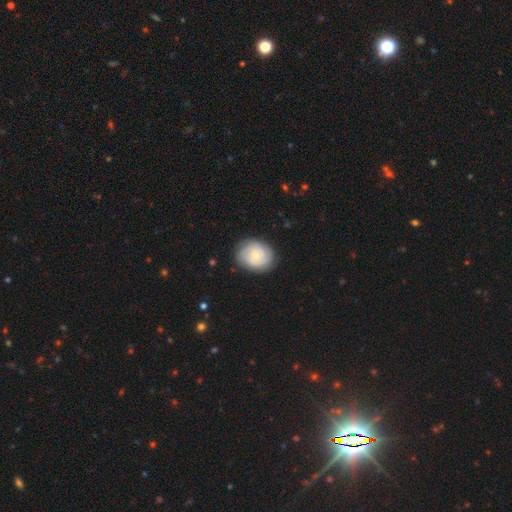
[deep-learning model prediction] Smooth or featured: featured or disk — 62% (smooth — 32%)
Edge-on disk: no — 97% (yes — 3%)
Bar: no — 70% (weak — 25%)
Spiral arms: yes — 82% (no — 18%)
Bulge size: small — 54% (moderate — 42%)
Merging: none — 81% (minor disturbance — 14%)